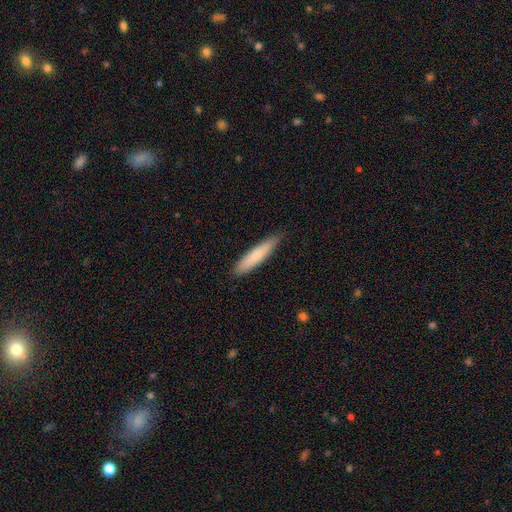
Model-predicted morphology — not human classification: Overall: smooth (77%). How rounded: cigar-shaped (87%). Merging: none (86%).